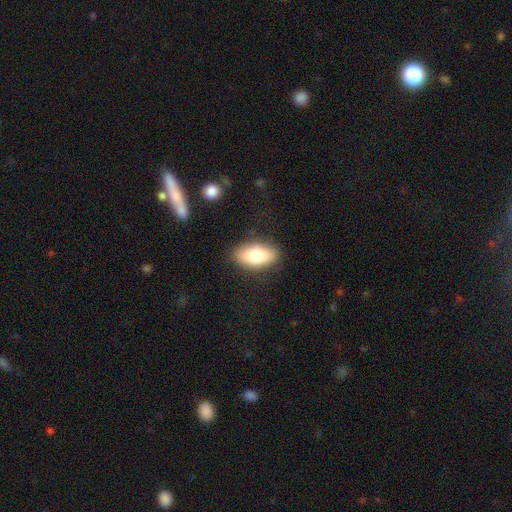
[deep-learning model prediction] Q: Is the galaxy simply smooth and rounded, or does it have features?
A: smooth — 77%.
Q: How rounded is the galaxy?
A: in between — 91%.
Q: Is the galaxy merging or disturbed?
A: none — 84%.